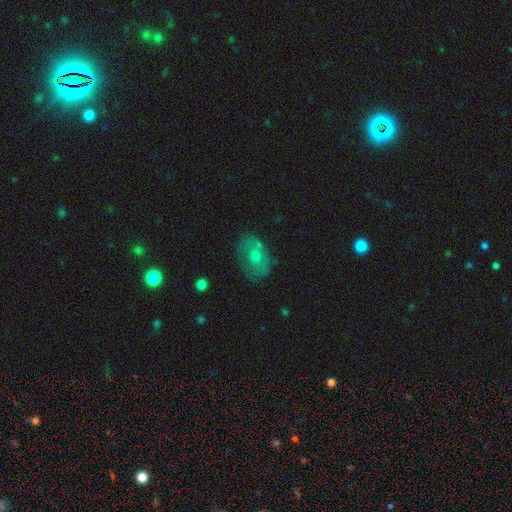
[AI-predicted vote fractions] featured or disk 46%, smooth 43%, star or artifact 11%. Down the decision tree: merging — none (67%).